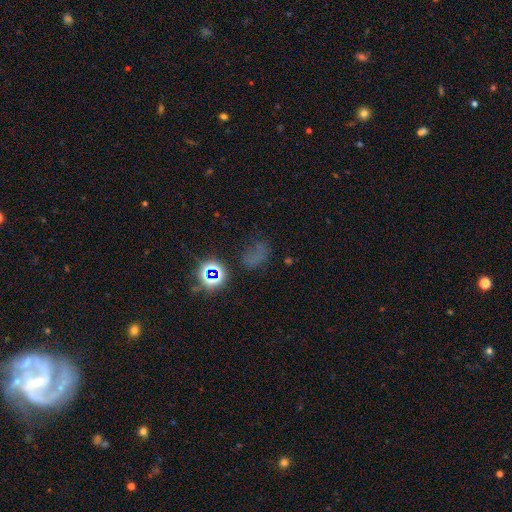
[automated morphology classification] This is possibly a star or artifact rather than a galaxy (55%).